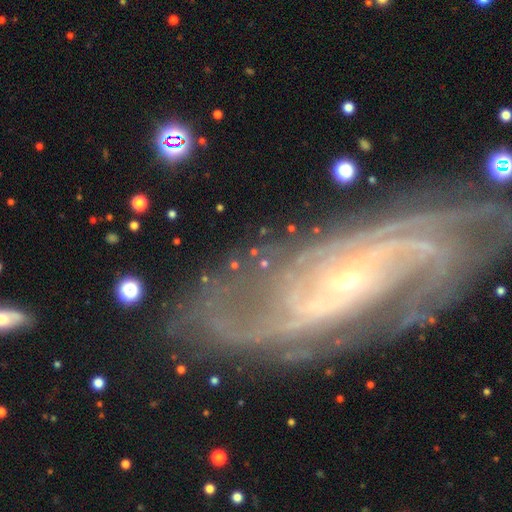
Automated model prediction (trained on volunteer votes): Overall: featured or disk (88%). Edge-on disk: no (93%). Bar: no (59%; weak 27%). Spiral arms: yes (97%). Spiral arm count: 2 (33%; can't tell 21%). Spiral winding: tight (50%; medium 38%). Bulge size: small (79%). Merging: none (74%).